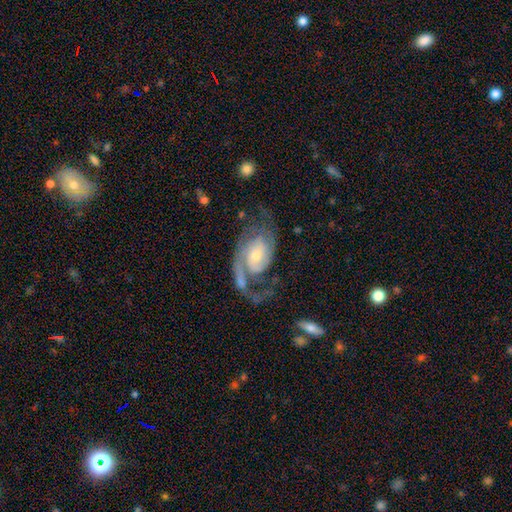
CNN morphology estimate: The model was most divided on "spiral winding": medium: 44%, tight: 31%, loose: 24%. Remaining: edge-on disk — no (97%); spiral arms — yes (96%); smooth or featured — featured or disk (87%); bar — no (61%); spiral arm count — 2 (61%); bulge size — small (54%); merging — none (46%).